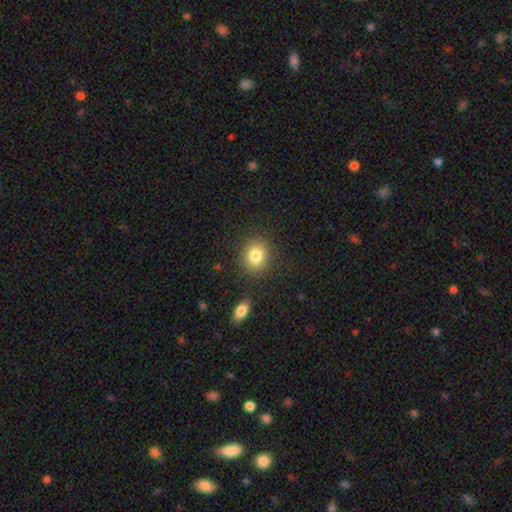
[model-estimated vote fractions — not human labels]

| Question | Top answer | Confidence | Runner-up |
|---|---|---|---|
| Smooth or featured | smooth | 82% | star or artifact (10%) |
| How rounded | round | 74% | in between (25%) |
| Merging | none | 85% | minor disturbance (9%) |